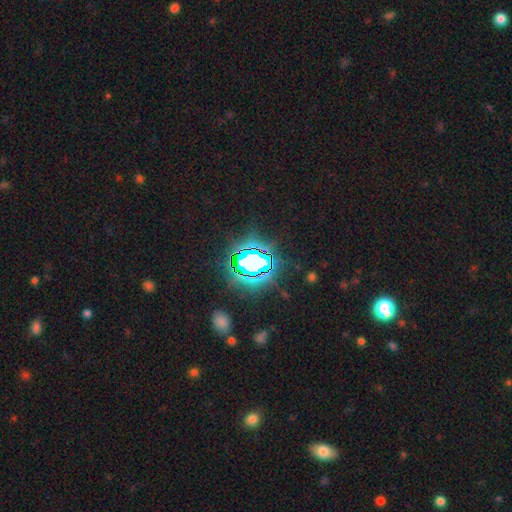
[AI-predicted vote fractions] Overall: star or artifact (76%).